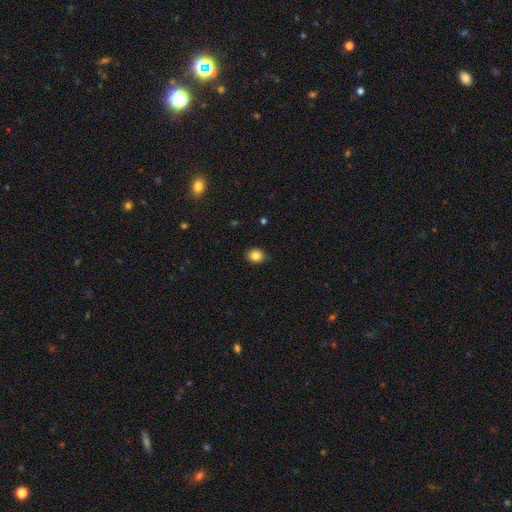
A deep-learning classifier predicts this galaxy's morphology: type=smooth (84%); roundness=round (56%); merging=none (83%).